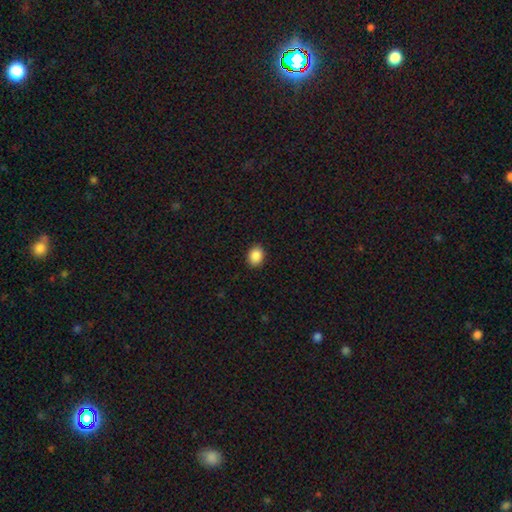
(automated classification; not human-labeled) Smooth or featured: smooth — 89% (star or artifact — 8%)
How rounded: in between — 55% (round — 44%)
Merging: none — 90% (minor disturbance — 7%)